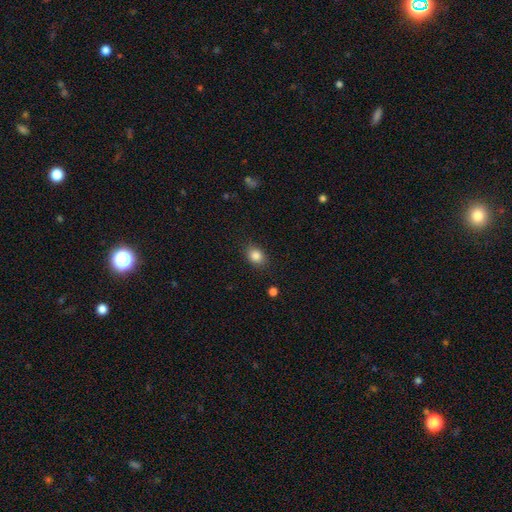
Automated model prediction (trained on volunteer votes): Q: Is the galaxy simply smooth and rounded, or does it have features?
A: smooth — 85%.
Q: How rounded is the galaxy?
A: in between — 59%.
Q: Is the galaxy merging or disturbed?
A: none — 85%.